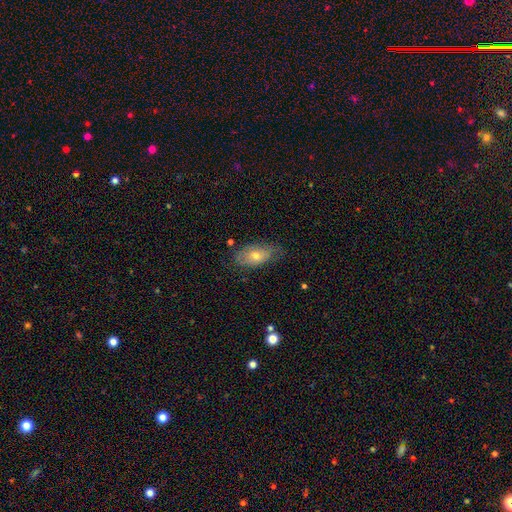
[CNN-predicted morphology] A smooth galaxy with no disk features (59%) that is in between round and cigar-shaped (89%).

Vote fractions:
- Smooth or featured? smooth: 59% / featured or disk: 34% / star or artifact: 7%
- How rounded? in between: 89% / round: 6% / cigar-shaped: 6%
- Merging? none: 63% / minor disturbance: 28% / major disturbance: 7% / merger: 2%